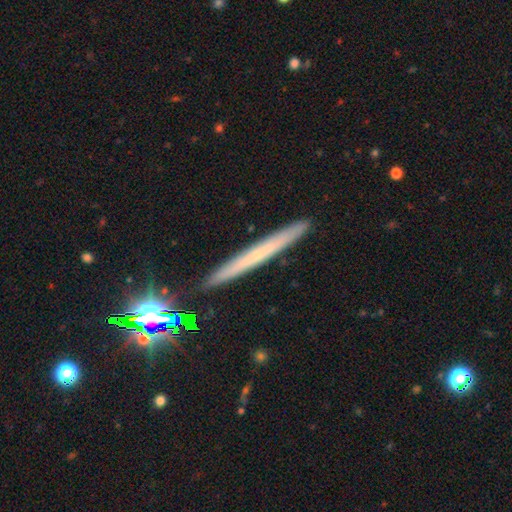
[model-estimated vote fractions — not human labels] This is marginally a featured or disk galaxy (45%). Merging: clearly none (91%).